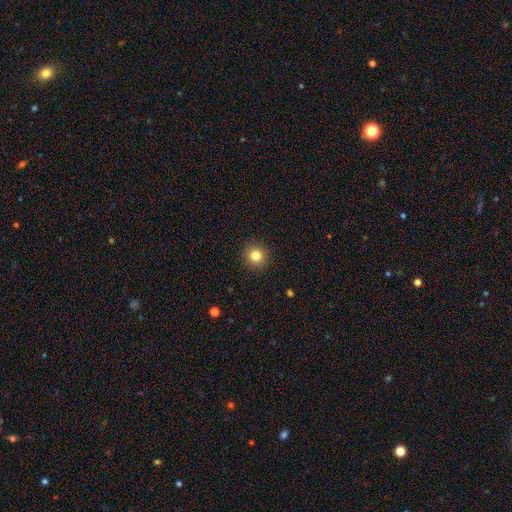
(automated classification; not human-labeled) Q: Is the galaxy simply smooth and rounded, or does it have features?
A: smooth — 82%.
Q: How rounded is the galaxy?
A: round — 93%.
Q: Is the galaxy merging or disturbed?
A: none — 92%.